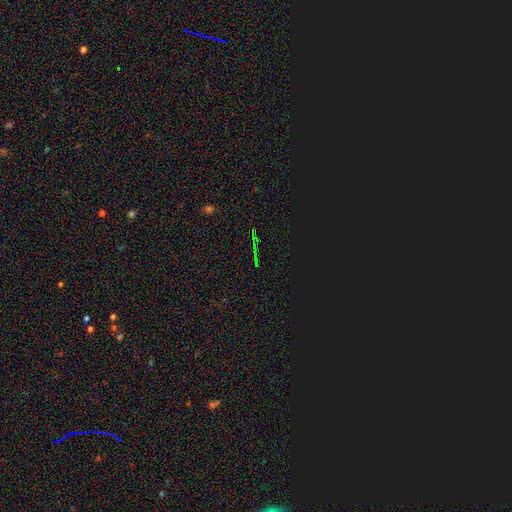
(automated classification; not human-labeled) A star or artifact, not a galaxy (81%).

Vote fractions:
- Smooth or featured? star or artifact: 81% / smooth: 9% / featured or disk: 9%